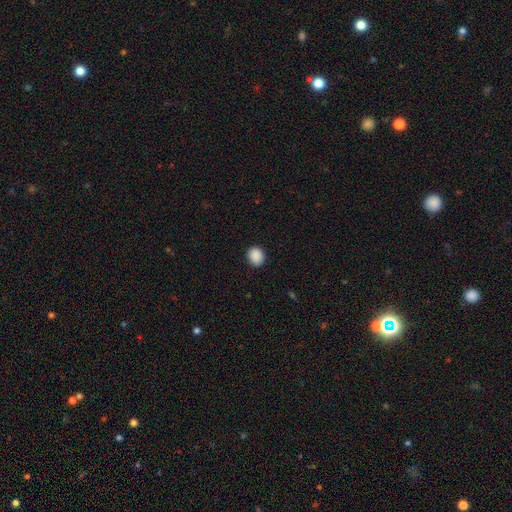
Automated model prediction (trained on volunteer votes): smooth_or_featured: smooth (p=0.90) [alt: star or artifact p=0.08]
how_rounded: round (p=0.75) [alt: in between p=0.24]
merging: none (p=0.90) [alt: minor disturbance p=0.07]